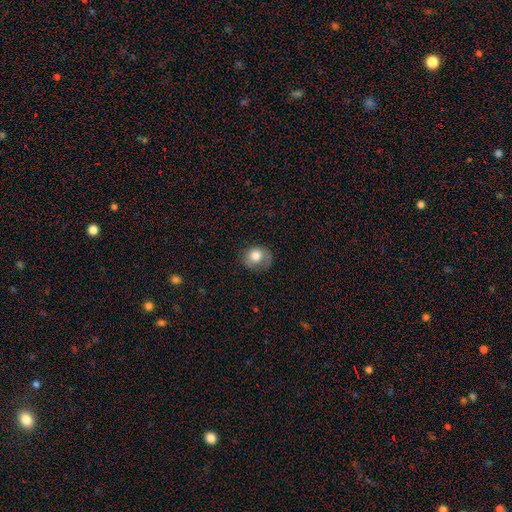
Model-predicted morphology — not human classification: The model was most divided on "how rounded": round: 65%, in between: 34%, cigar-shaped: 1%. More confident: smooth or featured — smooth (78%); merging — none (61%).